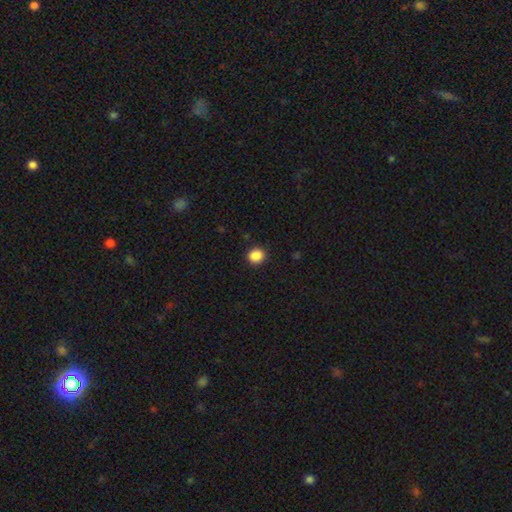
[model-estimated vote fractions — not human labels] Smooth or featured? Predicted: smooth (p=0.88). How rounded? Predicted: round (p=0.76). Merging? Predicted: none (p=0.90).